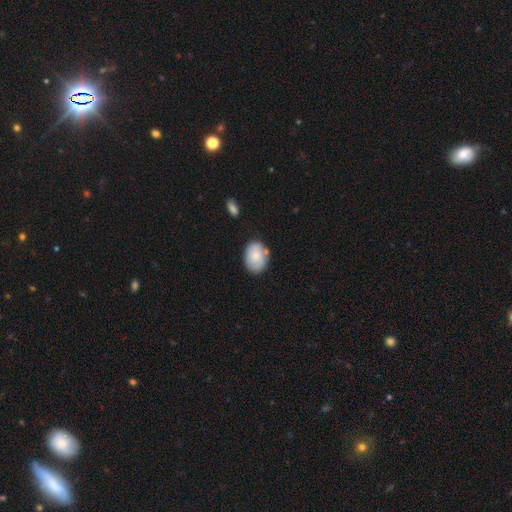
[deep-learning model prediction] A smooth galaxy with no disk features (76%) that is in between round and cigar-shaped (73%).

Vote fractions:
- Smooth or featured? smooth: 76% / featured or disk: 18% / star or artifact: 6%
- How rounded? in between: 73% / round: 26% / cigar-shaped: 1%
- Merging? none: 74% / minor disturbance: 18% / merger: 5% / major disturbance: 4%